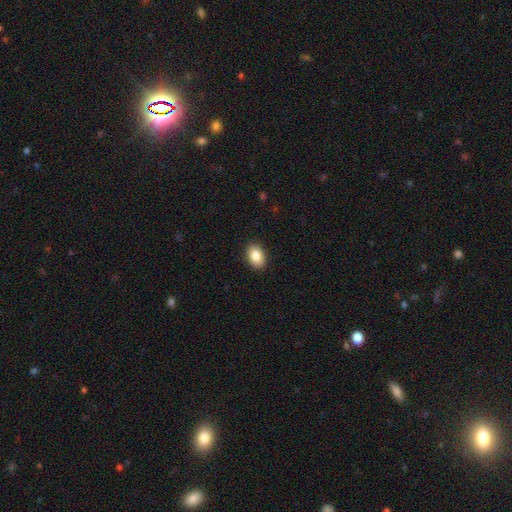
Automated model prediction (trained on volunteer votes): The model was most divided on "how rounded": in between: 83%, round: 16%, cigar-shaped: 1%. More confident: merging — none (90%); smooth or featured — smooth (86%).